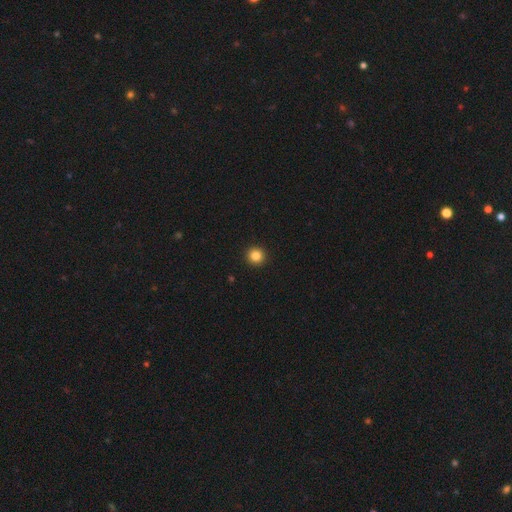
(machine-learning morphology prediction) smooth-or-featured: smooth: 84% | star or artifact: 11% | featured or disk: 4%
  how-rounded: round: 96% | in between: 3% | cigar-shaped: 1%
  merging: none: 94% | minor disturbance: 4% | major disturbance: 1% | merger: 1%